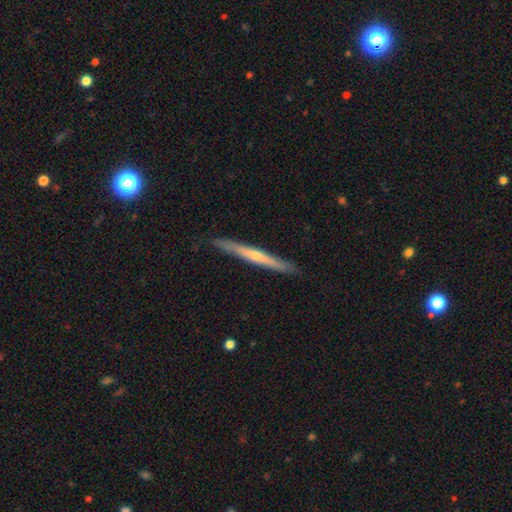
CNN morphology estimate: smooth_or_featured: featured or disk (p=0.68) [alt: smooth p=0.25]
disk_edge_on: yes (p=0.97) [alt: no p=0.03]
edge_on_bulge: rounded (p=0.63) [alt: none p=0.33]
merging: none (p=0.89) [alt: minor disturbance p=0.08]